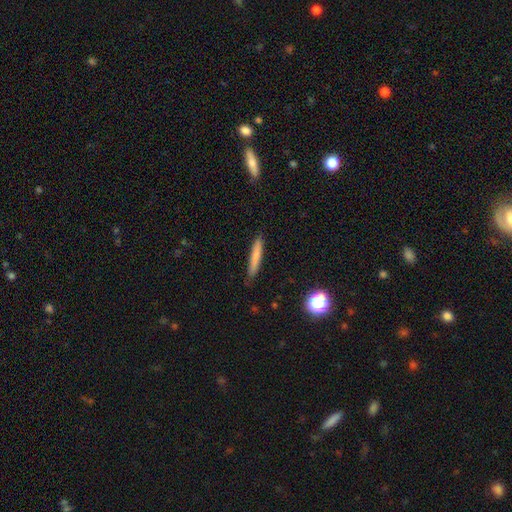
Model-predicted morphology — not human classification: A smooth galaxy with no disk features (75%) that is cigar-shaped (94%). Merging: none (87%).